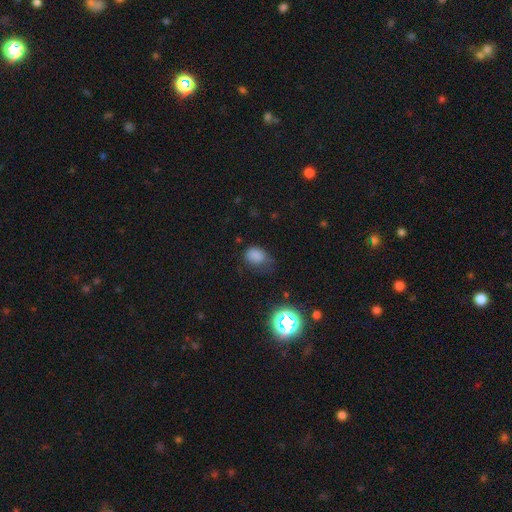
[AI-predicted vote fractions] Overall: smooth (77%). How rounded: in between (65%; round 34%). Merging: none (45%; minor disturbance 35%).